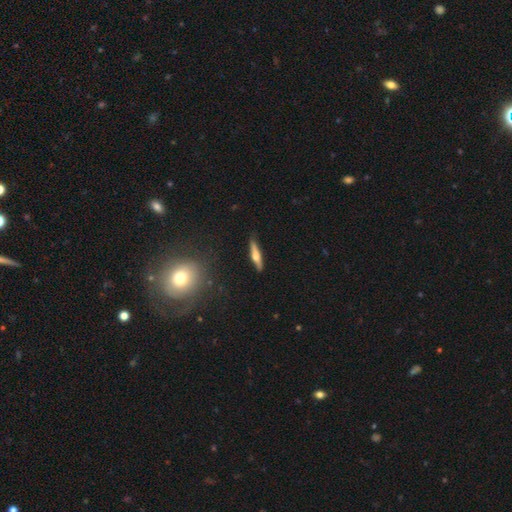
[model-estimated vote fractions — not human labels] smooth-or-featured: featured or disk: 51% | smooth: 43% | star or artifact: 7%
  disk-edge-on: yes: 95% | no: 5%
  merging: none: 87% | minor disturbance: 10% | major disturbance: 2% | merger: 2%